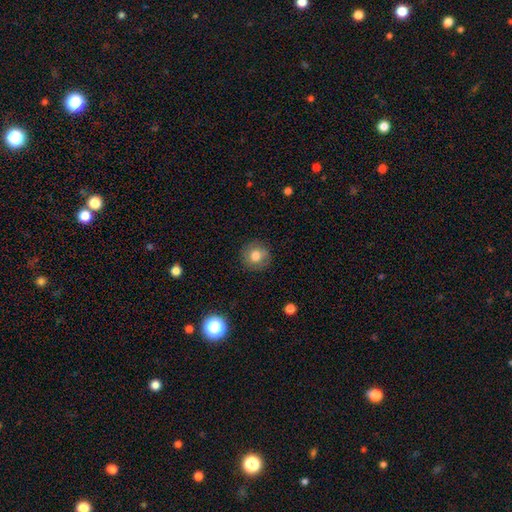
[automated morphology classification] Q: Smooth or featured?
A: smooth (77%); runner-up: featured or disk (12%)
Q: How rounded?
A: round (92%); runner-up: in between (7%)
Q: Merging?
A: none (87%); runner-up: minor disturbance (9%)